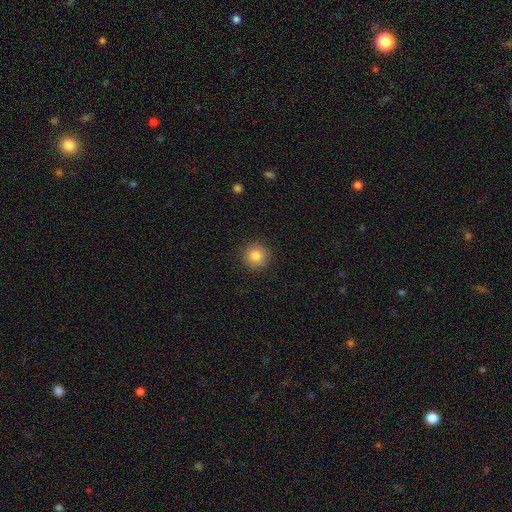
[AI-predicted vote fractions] Smooth or featured?
  - smooth: 85% *
  - star or artifact: 10%
  - featured or disk: 5%
How rounded?
  - round: 95% *
  - in between: 4%
  - cigar-shaped: 1%
Merging?
  - none: 91% *
  - minor disturbance: 6%
  - major disturbance: 2%
  - merger: 1%